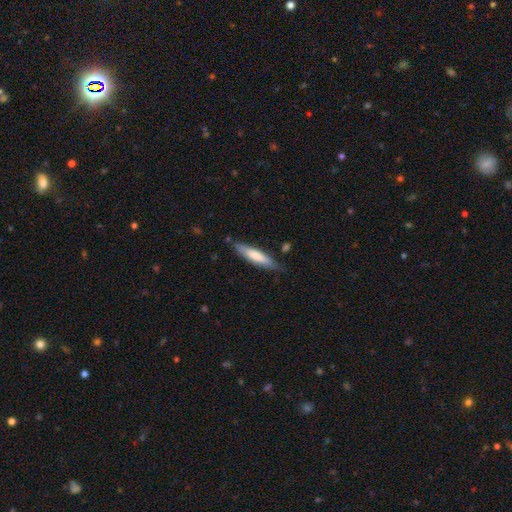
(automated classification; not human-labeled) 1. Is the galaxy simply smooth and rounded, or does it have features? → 68% smooth, 27% featured or disk, 5% star or artifact.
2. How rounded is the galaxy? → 78% cigar-shaped, 21% in between, 1% round.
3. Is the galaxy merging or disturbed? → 76% none, 18% minor disturbance, 3% major disturbance, 2% merger.